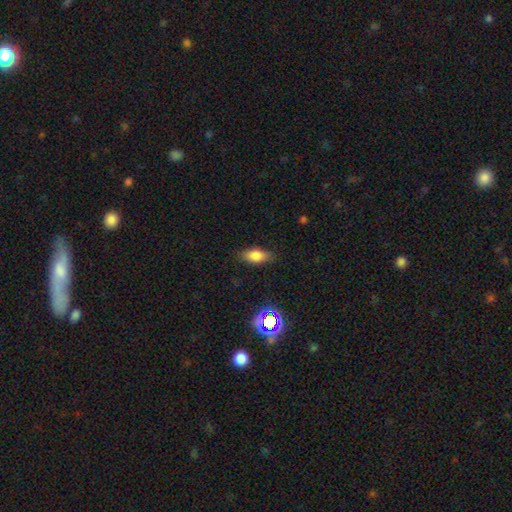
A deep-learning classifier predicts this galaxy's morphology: Q: Smooth or featured?
A: smooth (78%); runner-up: featured or disk (11%)
Q: How rounded?
A: in between (82%); runner-up: cigar-shaped (13%)
Q: Merging?
A: none (84%); runner-up: minor disturbance (12%)